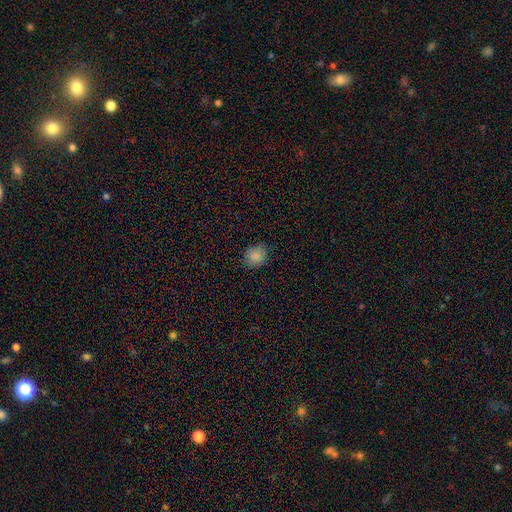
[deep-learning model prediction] Morphology: type=smooth (85%); roundness=round (74%); merging=none (85%).